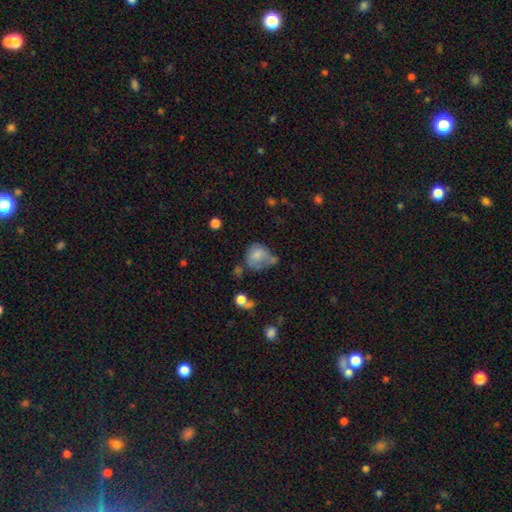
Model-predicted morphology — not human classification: smooth_or_featured: smooth (p=0.72) [alt: featured or disk p=0.17]
how_rounded: round (p=0.63) [alt: in between p=0.36]
merging: none (p=0.32) [alt: minor disturbance p=0.28]